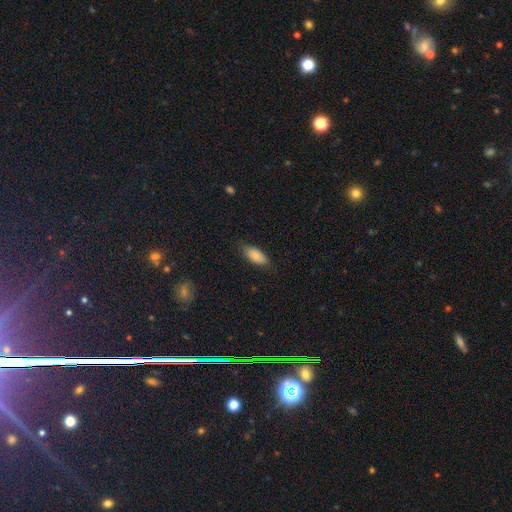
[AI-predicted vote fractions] A smooth galaxy with no disk features (79%) that is in between round and cigar-shaped (89%).

Vote fractions:
- Smooth or featured? smooth: 79% / featured or disk: 14% / star or artifact: 7%
- How rounded? in between: 89% / cigar-shaped: 8% / round: 3%
- Merging? none: 75% / minor disturbance: 20% / major disturbance: 4% / merger: 1%